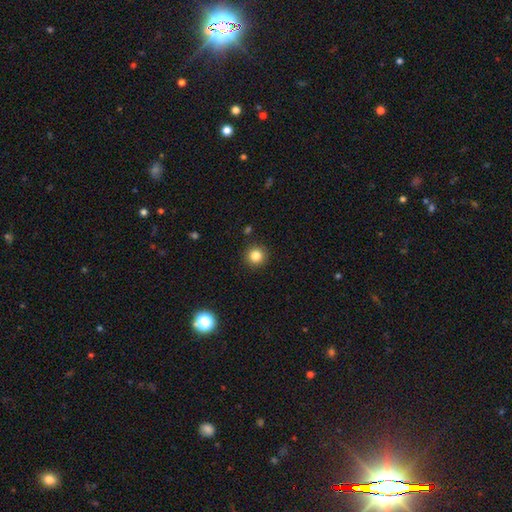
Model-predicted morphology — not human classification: Overall: smooth (83%). How rounded: round (95%). Merging: none (91%).